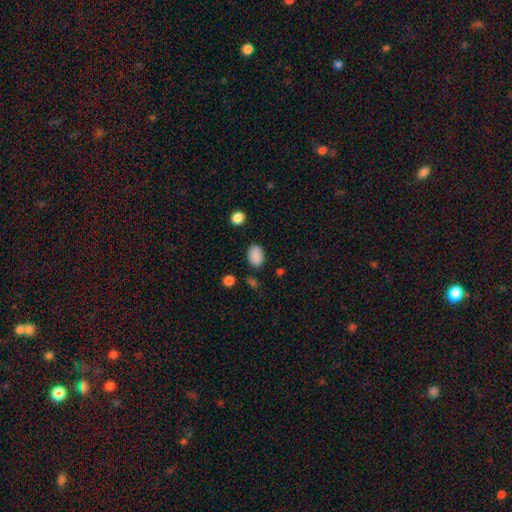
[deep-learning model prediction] The model was most divided on "how rounded": in between: 81%, round: 18%, cigar-shaped: 1%. More confident: smooth or featured — smooth (88%); merging — none (82%).